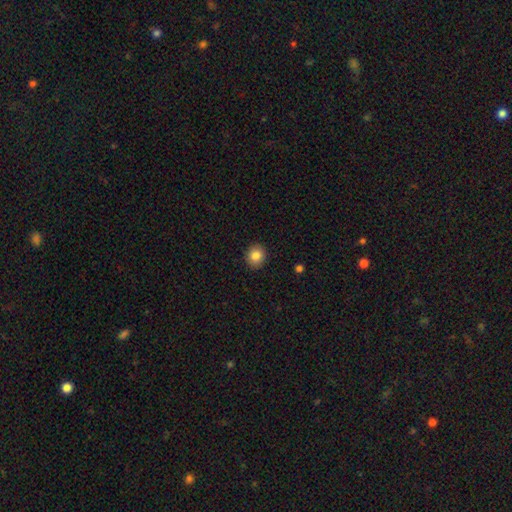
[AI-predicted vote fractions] smooth-or-featured: smooth: 85% | star or artifact: 9% | featured or disk: 6%
  how-rounded: round: 81% | in between: 18% | cigar-shaped: 1%
  merging: none: 91% | minor disturbance: 7% | major disturbance: 2% | merger: 1%